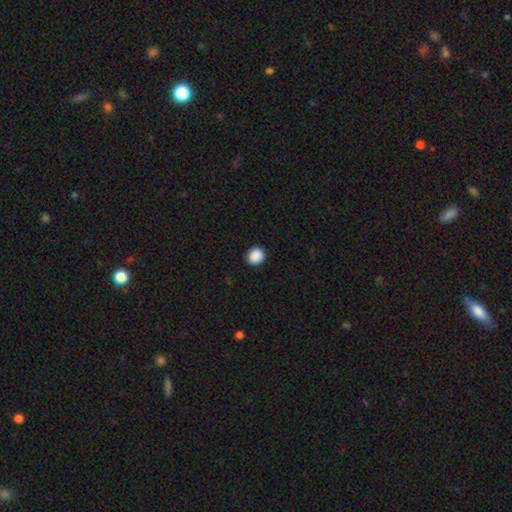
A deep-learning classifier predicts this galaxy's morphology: Smooth or featured: smooth — 90% (star or artifact — 8%)
How rounded: round — 82% (in between — 17%)
Merging: none — 92% (minor disturbance — 6%)